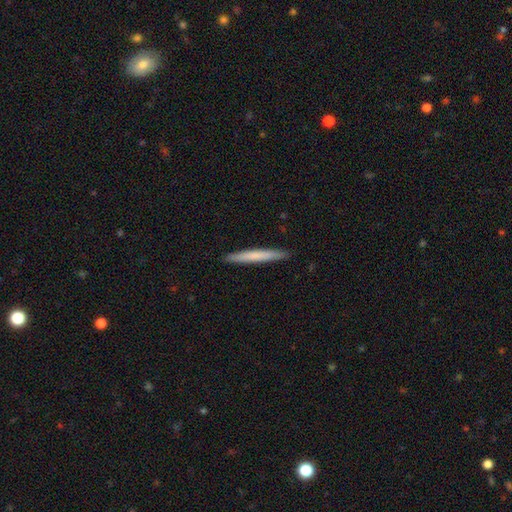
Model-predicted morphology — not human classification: Smooth or featured? smooth (69%)
How rounded? cigar-shaped (97%)
Merging? none (92%)